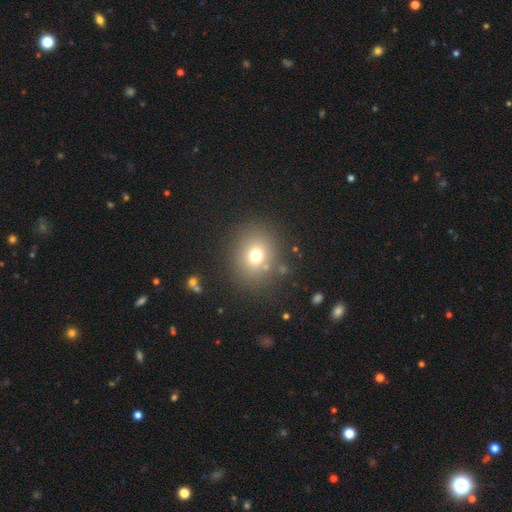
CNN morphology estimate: Overall: smooth (72%). How rounded: round (72%). Merging: none (82%).